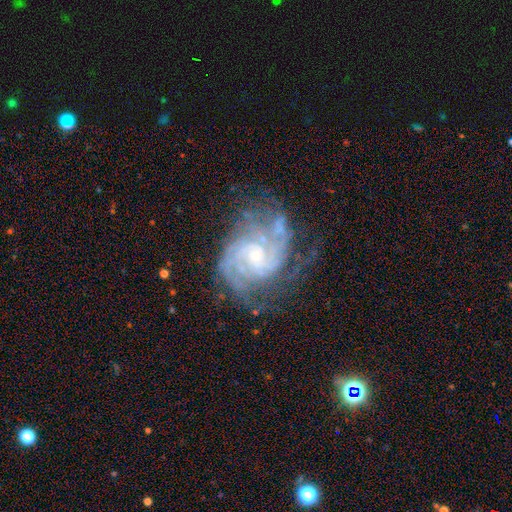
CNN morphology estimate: A featured or disk galaxy (89%) with no bar (66%), 2 (27%) tight (63%) spiral arms (97%) and a small central bulge (76%).

Vote fractions:
- Smooth or featured? featured or disk: 89% / star or artifact: 6% / smooth: 5%
- Edge-on disk? no: 98% / yes: 2%
- Bar? no: 66% / weak: 28% / strong: 6%
- Spiral arms? yes: 97% / no: 3%
- Spiral winding? tight: 63% / medium: 31% / loose: 6%
- Spiral arm count? 2: 27% / can't tell: 24% / 3: 20% / 4: 15% / more than 4: 8% / 1: 6%
- Bulge size? small: 76% / moderate: 19% / none: 2% / large: 1% / dominant: 1%
- Merging? none: 61% / minor disturbance: 22% / major disturbance: 14% / merger: 3%